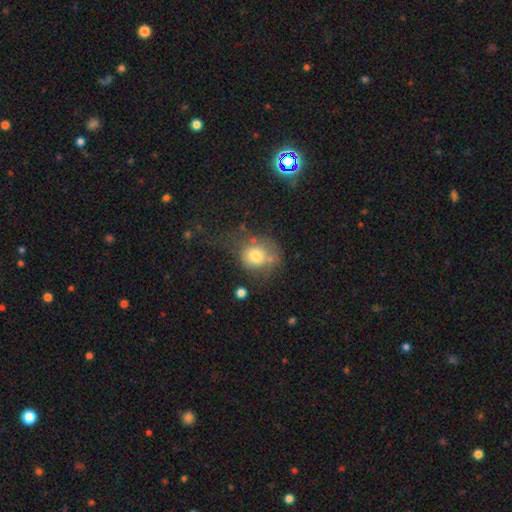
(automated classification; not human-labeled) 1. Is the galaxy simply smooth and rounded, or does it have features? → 73% smooth, 17% featured or disk, 10% star or artifact.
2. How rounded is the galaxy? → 75% round, 25% in between, 1% cigar-shaped.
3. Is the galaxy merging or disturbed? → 40% none, 26% major disturbance, 24% minor disturbance, 9% merger.